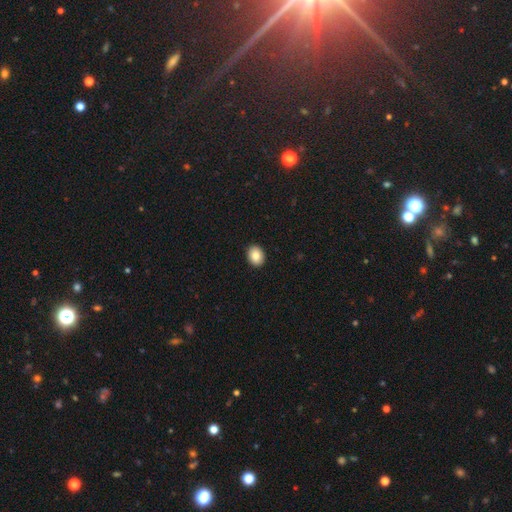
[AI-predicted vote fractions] This appears to be a smooth galaxy with no disk features (87%) that is in between round and cigar-shaped (56%). Merging: none (92%).